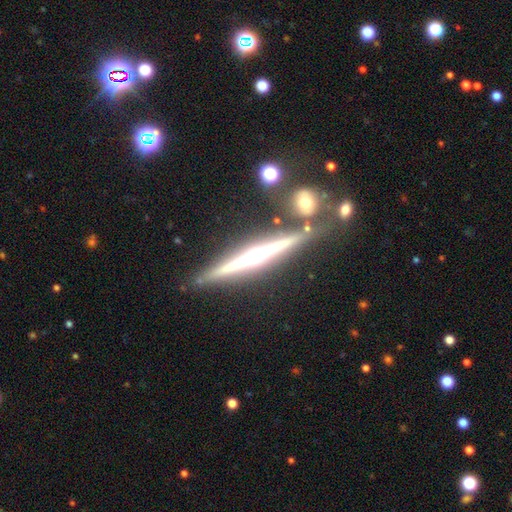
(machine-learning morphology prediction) Overall: featured or disk (80%). Edge-on disk: yes (98%). Edge-on bulge: rounded (51%; none 36%). Merging: none (81%).